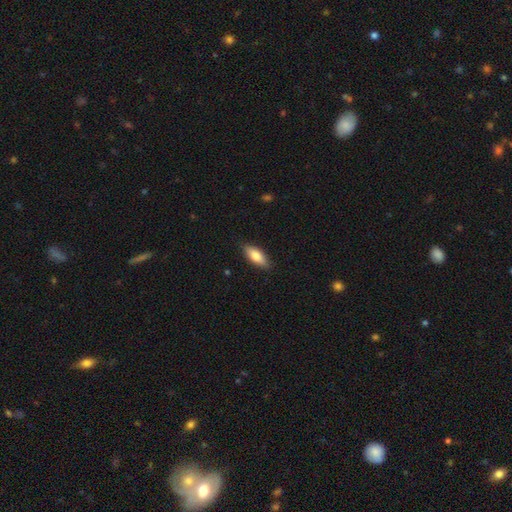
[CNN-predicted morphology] Smooth or featured? Predicted: smooth (p=0.80). How rounded? Predicted: in between (p=0.77). Merging? Predicted: none (p=0.86).